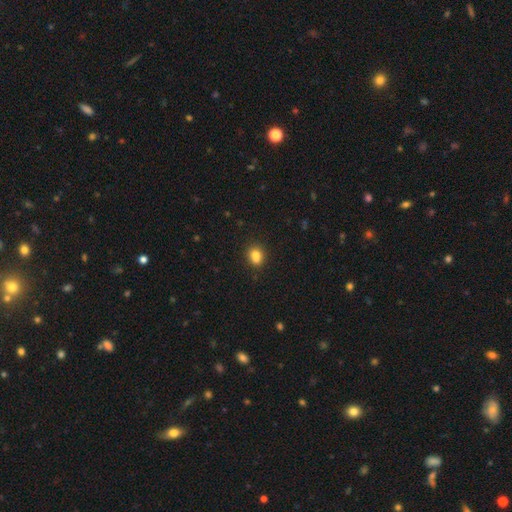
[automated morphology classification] A smooth galaxy with no disk features (79%) that is round (58%).

Vote fractions:
- Smooth or featured? smooth: 79% / star or artifact: 11% / featured or disk: 10%
- How rounded? round: 58% / in between: 40% / cigar-shaped: 1%
- Merging? none: 56% / merger: 26% / minor disturbance: 14% / major disturbance: 4%